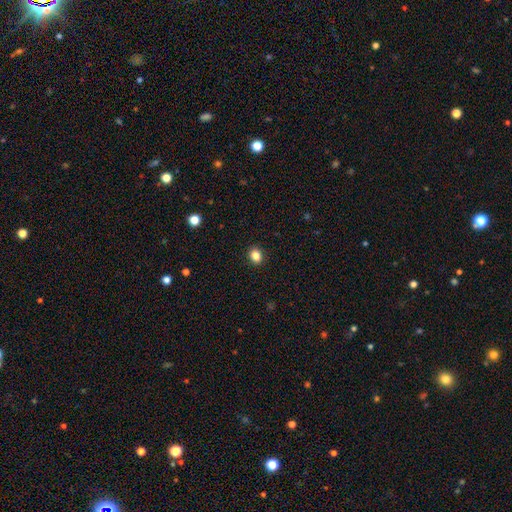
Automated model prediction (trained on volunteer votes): Q: Smooth or featured?
A: smooth (84%); runner-up: star or artifact (11%)
Q: How rounded?
A: round (58%); runner-up: in between (41%)
Q: Merging?
A: none (91%); runner-up: minor disturbance (6%)